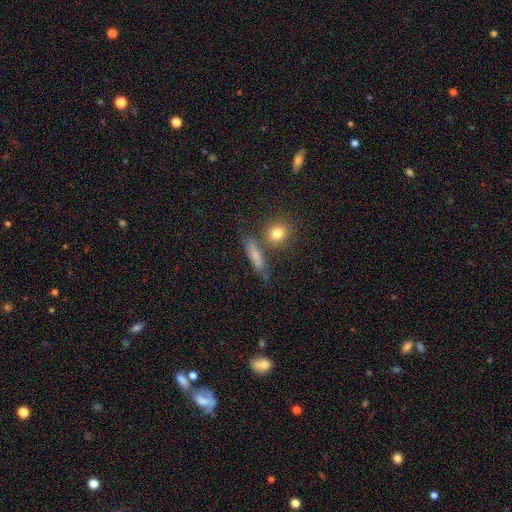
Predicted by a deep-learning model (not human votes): Morphology: type=smooth (67%); roundness=cigar-shaped (66%); merging=none (66%).